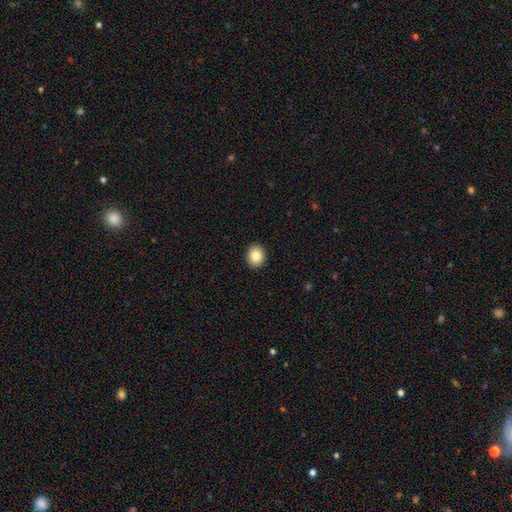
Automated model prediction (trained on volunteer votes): Smooth or featured?
  - smooth: 85% *
  - star or artifact: 9%
  - featured or disk: 6%
How rounded?
  - round: 66% *
  - in between: 33%
  - cigar-shaped: 1%
Merging?
  - none: 92% *
  - minor disturbance: 6%
  - major disturbance: 2%
  - merger: 1%